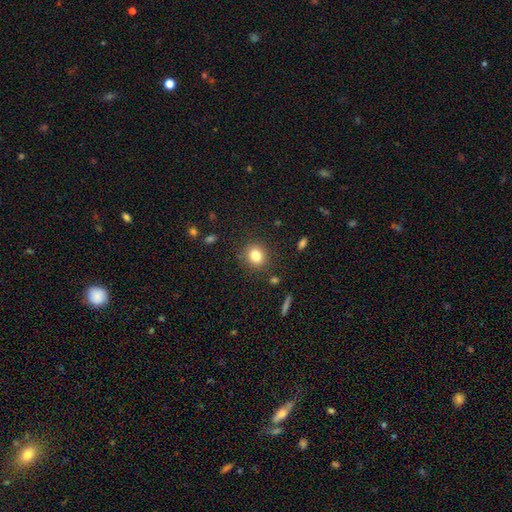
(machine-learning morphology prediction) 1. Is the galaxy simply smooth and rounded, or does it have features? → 81% smooth, 11% star or artifact, 8% featured or disk.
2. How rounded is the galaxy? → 83% round, 16% in between, 1% cigar-shaped.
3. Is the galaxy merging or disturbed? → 87% none, 8% minor disturbance, 3% major disturbance, 2% merger.